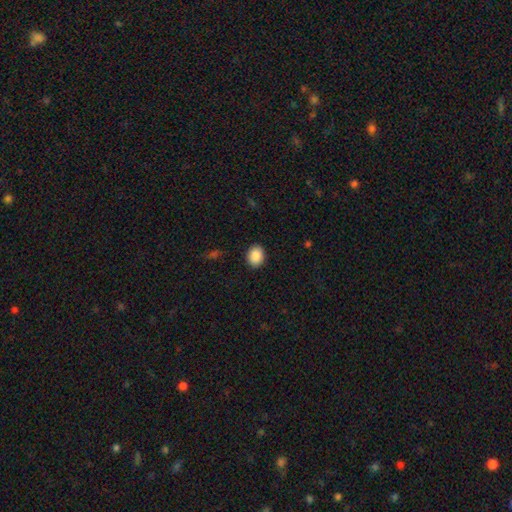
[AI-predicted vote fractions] smooth_or_featured: smooth (p=0.89) [alt: star or artifact p=0.07]
how_rounded: in between (p=0.56) [alt: round p=0.43]
merging: none (p=0.91) [alt: minor disturbance p=0.06]